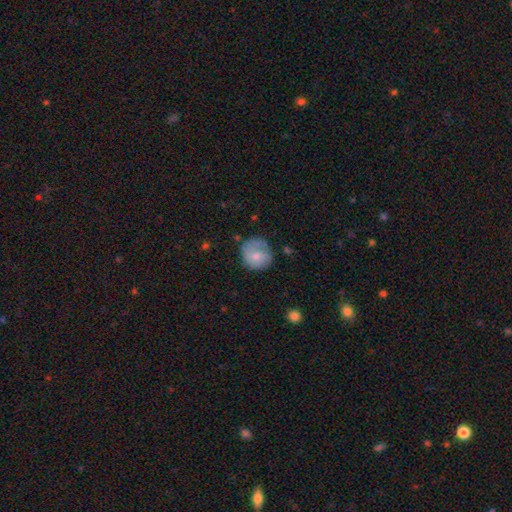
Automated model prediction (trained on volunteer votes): This is likely a smooth galaxy (67%). How rounded: clearly round (82%). Merging: possibly none (55%).